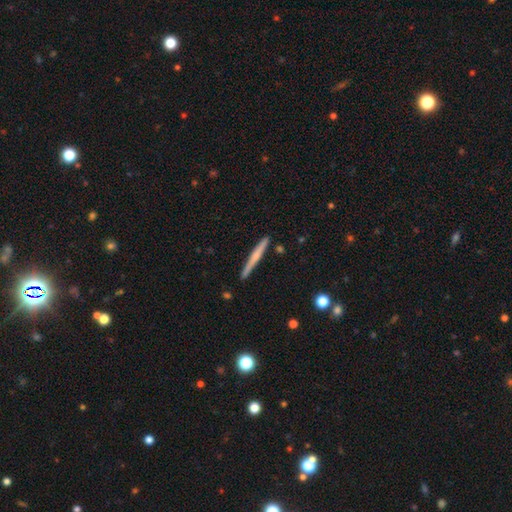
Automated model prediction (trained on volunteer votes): Q: Smooth or featured?
A: featured or disk (49%); runner-up: smooth (46%)
Q: Merging?
A: none (90%); runner-up: minor disturbance (7%)